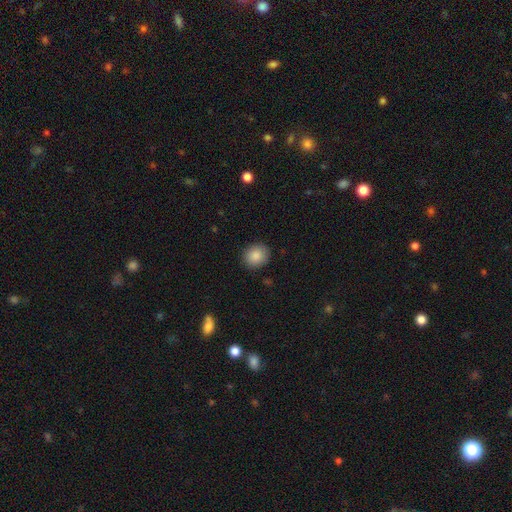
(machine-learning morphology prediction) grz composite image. It shows a smooth galaxy with no disk features (87%) that is round (75%). Merging: none (88%).